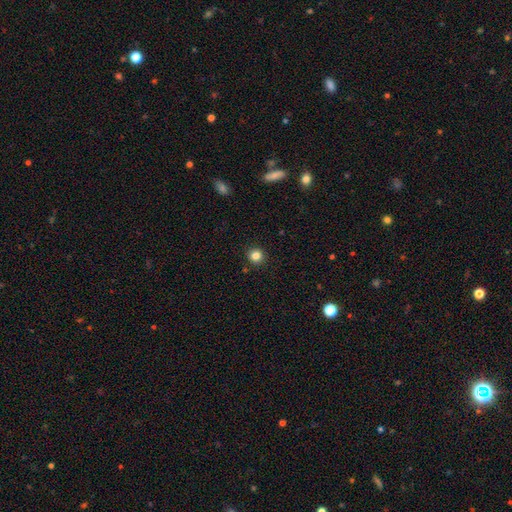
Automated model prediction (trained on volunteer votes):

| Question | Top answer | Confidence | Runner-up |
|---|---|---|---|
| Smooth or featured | smooth | 83% | star or artifact (12%) |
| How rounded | round | 93% | in between (6%) |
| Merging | none | 92% | minor disturbance (5%) |